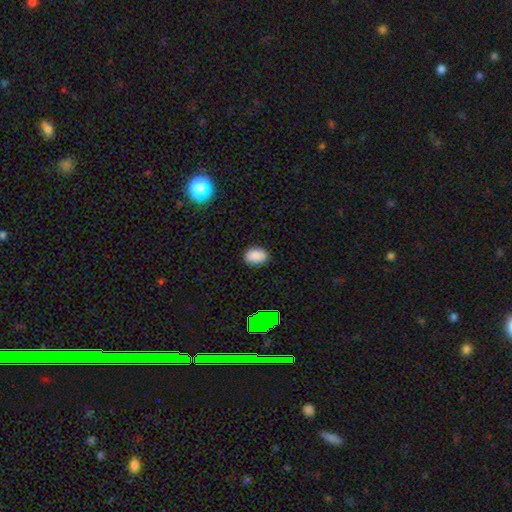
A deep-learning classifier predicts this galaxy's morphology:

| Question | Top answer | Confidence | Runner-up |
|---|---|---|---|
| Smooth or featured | smooth | 85% | star or artifact (11%) |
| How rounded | in between | 85% | round (14%) |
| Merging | none | 87% | minor disturbance (10%) |